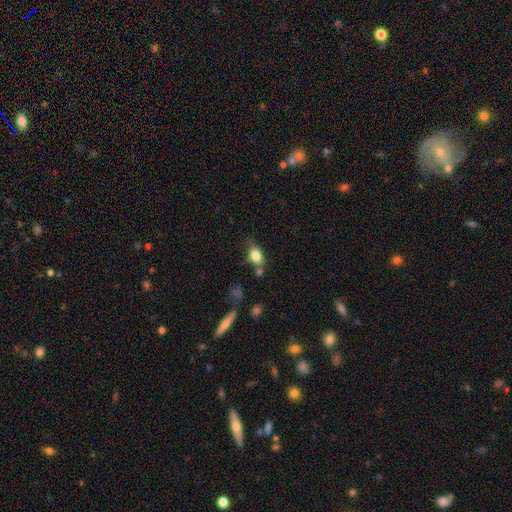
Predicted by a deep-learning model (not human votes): This is likely a smooth galaxy (78%). How rounded: likely in between (69%). Merging: possibly none (54%).